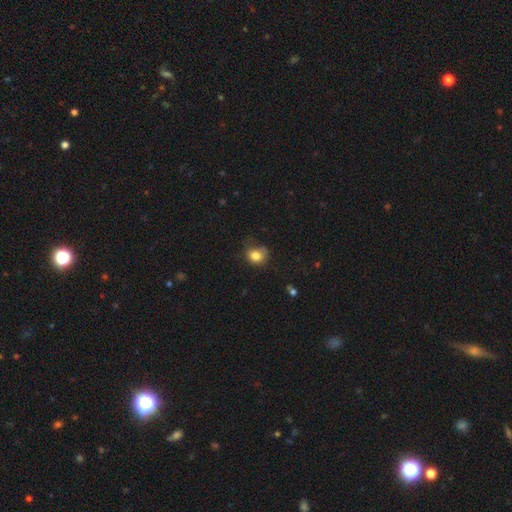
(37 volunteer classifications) A smooth galaxy with no disk features (89%) that is round (79%).

Vote fractions:
- Smooth or featured? smooth: 89% / star or artifact: 8% / featured or disk: 3%
- How rounded? round: 79% / in between: 21% / cigar-shaped: 0%
- Merging? none: 62% / minor disturbance: 26% / major disturbance: 9% / merger: 3%